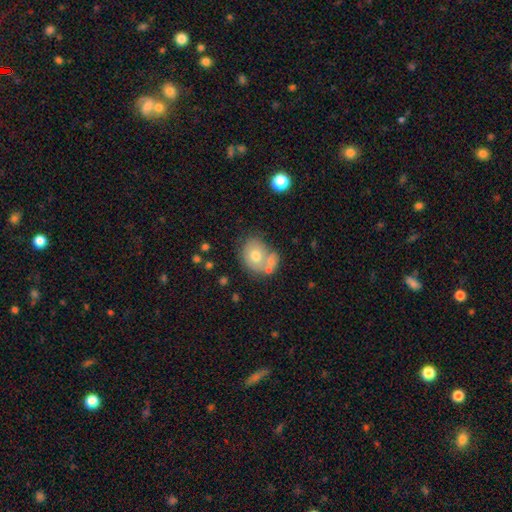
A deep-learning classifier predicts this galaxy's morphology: Smooth or featured: smooth — 64% (featured or disk — 27%)
How rounded: round — 57% (in between — 42%)
Merging: none — 39% (merger — 37%)